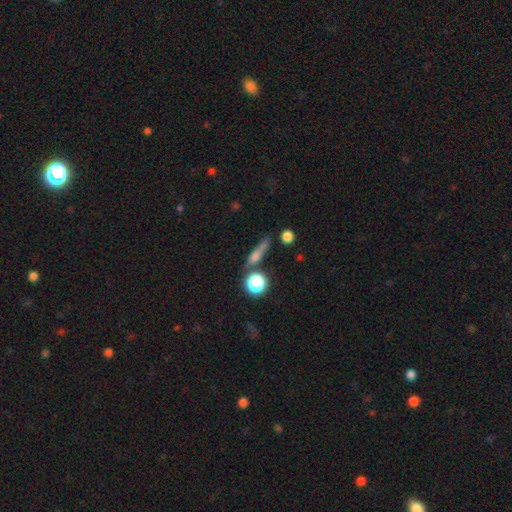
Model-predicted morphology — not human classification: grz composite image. It shows a smooth galaxy with no disk features (54%) that is cigar-shaped (59%). Merging: none (67%).